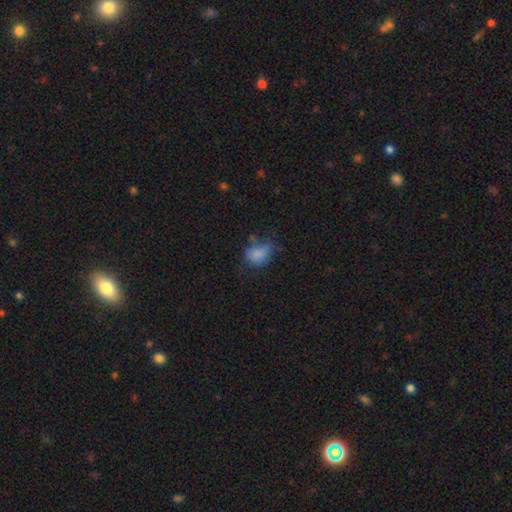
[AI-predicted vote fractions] Smooth or featured? Predicted: smooth (p=0.78). How rounded? Predicted: in between (p=0.76). Merging? Predicted: none (p=0.42).